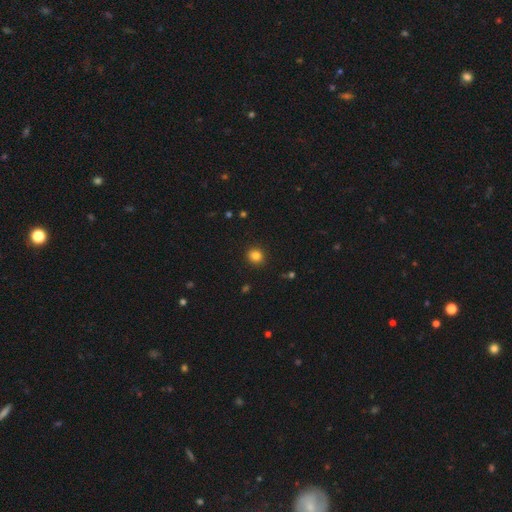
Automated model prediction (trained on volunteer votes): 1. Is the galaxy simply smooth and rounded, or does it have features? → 83% smooth, 12% star or artifact, 5% featured or disk.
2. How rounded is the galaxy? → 86% round, 13% in between, 1% cigar-shaped.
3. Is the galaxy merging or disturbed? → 92% none, 6% minor disturbance, 2% major disturbance, 1% merger.